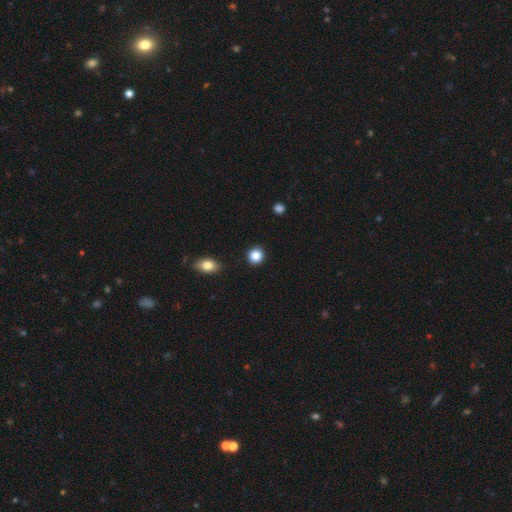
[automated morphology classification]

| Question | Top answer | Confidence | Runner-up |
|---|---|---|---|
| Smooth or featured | smooth | 86% | star or artifact (10%) |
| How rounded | round | 91% | in between (8%) |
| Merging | none | 91% | minor disturbance (5%) |